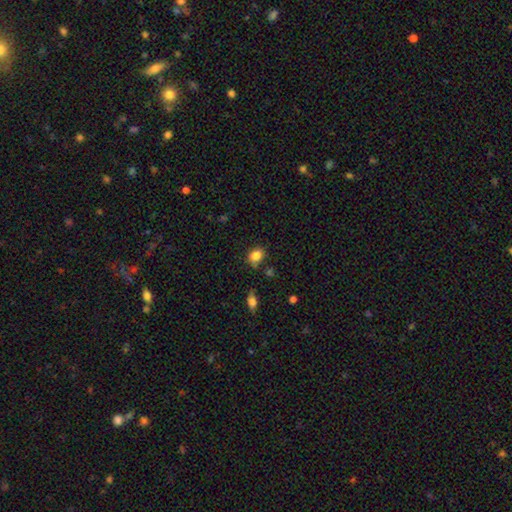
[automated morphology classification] This appears to be a smooth galaxy with no disk features (84%) that is in between round and cigar-shaped (55%). Merging: none (72%).